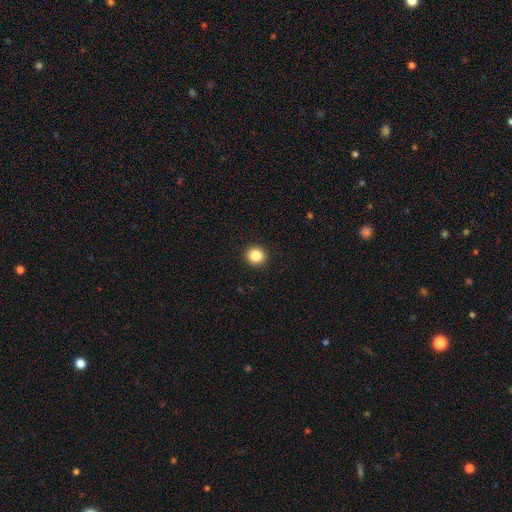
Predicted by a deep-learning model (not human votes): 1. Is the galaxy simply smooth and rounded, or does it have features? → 86% smooth, 10% star or artifact, 4% featured or disk.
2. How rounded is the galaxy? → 89% round, 10% in between, 1% cigar-shaped.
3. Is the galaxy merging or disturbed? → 93% none, 4% minor disturbance, 2% major disturbance, 1% merger.